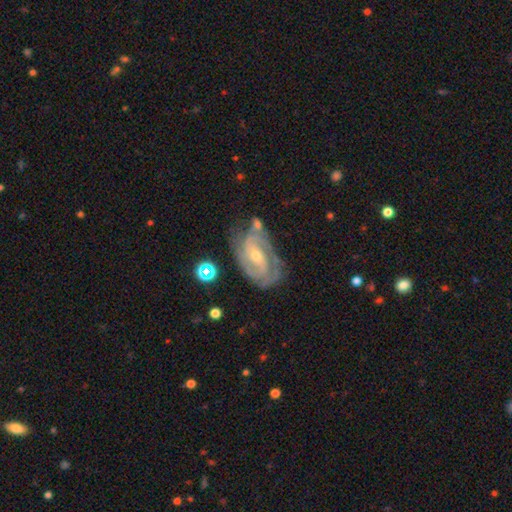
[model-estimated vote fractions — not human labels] smooth_or_featured: featured or disk (p=0.86) [alt: smooth p=0.08]
disk_edge_on: no (p=0.96) [alt: yes p=0.04]
bar: no (p=0.41) [tied with: weak p=0.41]
has_spiral_arms: yes (p=0.95) [alt: no p=0.05]
spiral_winding: tight (p=0.55) [alt: medium p=0.36]
spiral_arm_count: 2 (p=0.54) [alt: can't tell p=0.18]
bulge_size: small (p=0.64) [alt: moderate p=0.33]
merging: none (p=0.63) [alt: minor disturbance p=0.23]